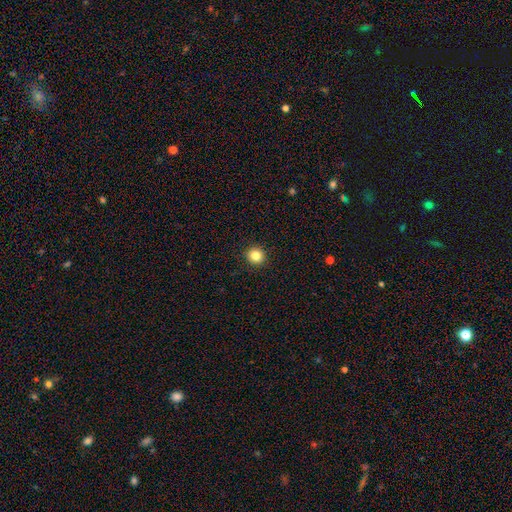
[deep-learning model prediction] Smooth or featured? Predicted: smooth (p=0.84). How rounded? Predicted: round (p=0.93). Merging? Predicted: none (p=0.93).